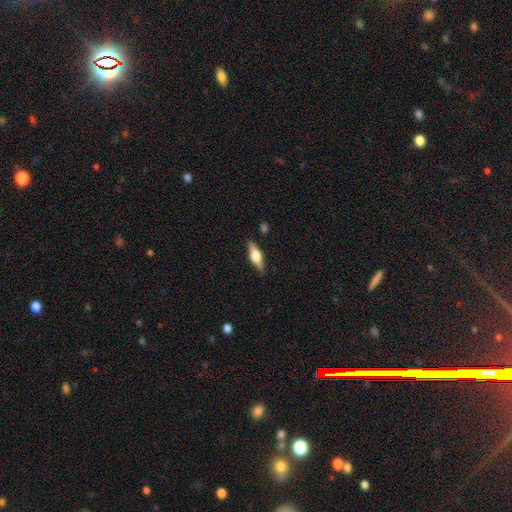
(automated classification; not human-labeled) Smooth or featured?
  - smooth: 51% *
  - featured or disk: 43%
  - star or artifact: 6%
How rounded?
  - in between: 57% *
  - cigar-shaped: 40%
  - round: 3%
Merging?
  - none: 87% *
  - minor disturbance: 9%
  - major disturbance: 2%
  - merger: 2%